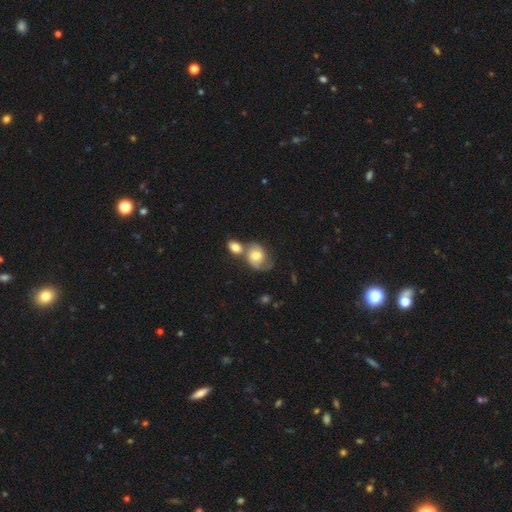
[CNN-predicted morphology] smooth 48%, featured or disk 44%, star or artifact 8%. Down the decision tree: merging — merger (46%).